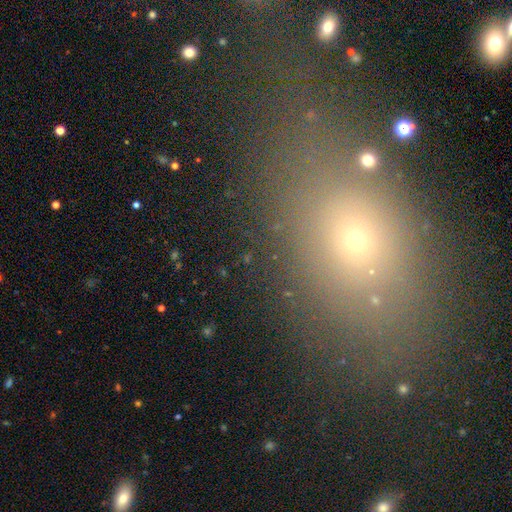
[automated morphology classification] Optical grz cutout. It shows a smooth galaxy with no disk features (55%) that is in between round and cigar-shaped (68%). Merging: none (68%).